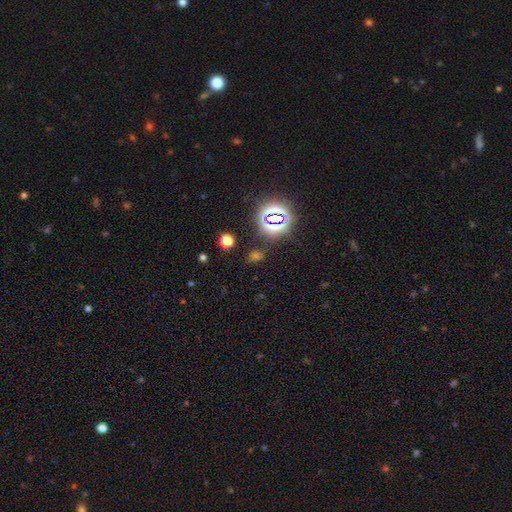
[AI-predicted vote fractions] Q: Smooth or featured?
A: star or artifact (53%); runner-up: smooth (39%)